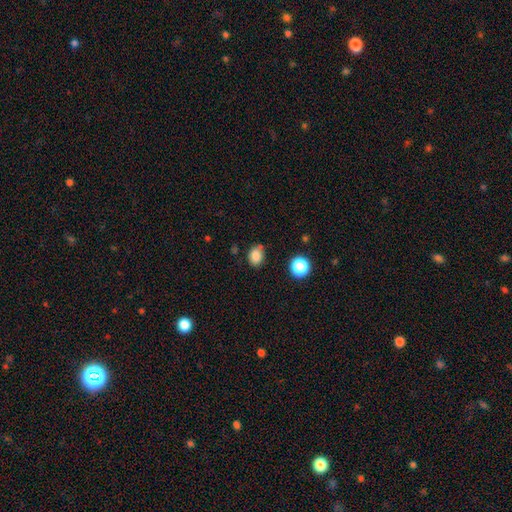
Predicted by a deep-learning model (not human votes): smooth 83%, star or artifact 11%, featured or disk 6%. Down the decision tree: how rounded — in between (62%); merging — none (68%).